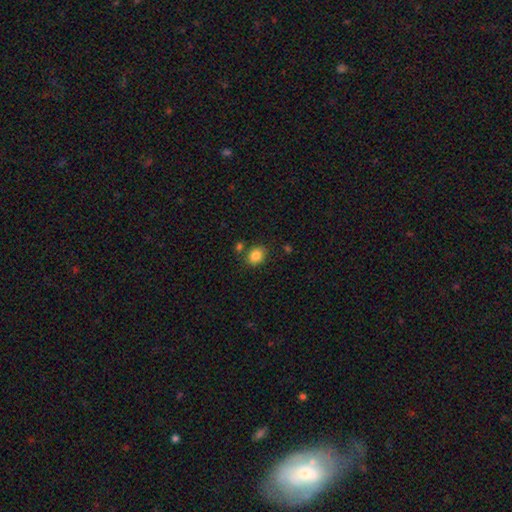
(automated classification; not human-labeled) smooth_or_featured: smooth (p=0.86) [alt: star or artifact p=0.09]
how_rounded: in between (p=0.51) [alt: round p=0.48]
merging: none (p=0.76) [alt: minor disturbance p=0.12]